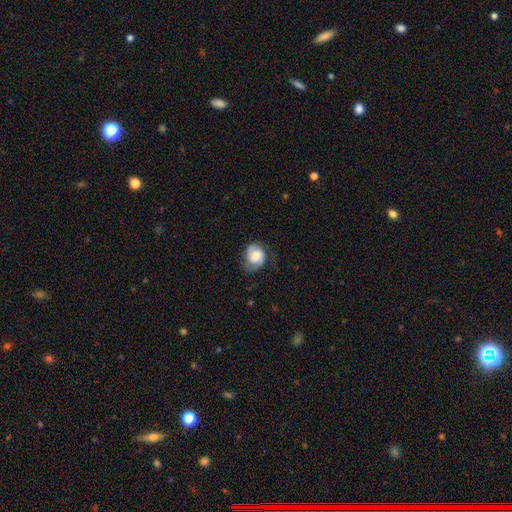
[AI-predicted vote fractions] Smooth or featured: featured or disk — 52% (smooth — 40%)
Edge-on disk: no — 98% (yes — 2%)
Bar: no — 54% (weak — 36%)
Spiral arms: yes — 88% (no — 12%)
Bulge size: large — 32% (moderate — 29%)
Merging: none — 63% (minor disturbance — 25%)